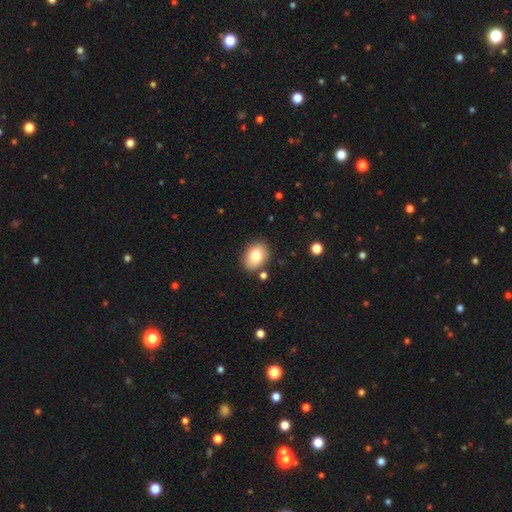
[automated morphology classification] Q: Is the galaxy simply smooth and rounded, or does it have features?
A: smooth — 80%.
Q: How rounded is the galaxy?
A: in between — 66%.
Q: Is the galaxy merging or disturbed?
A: none — 83%.